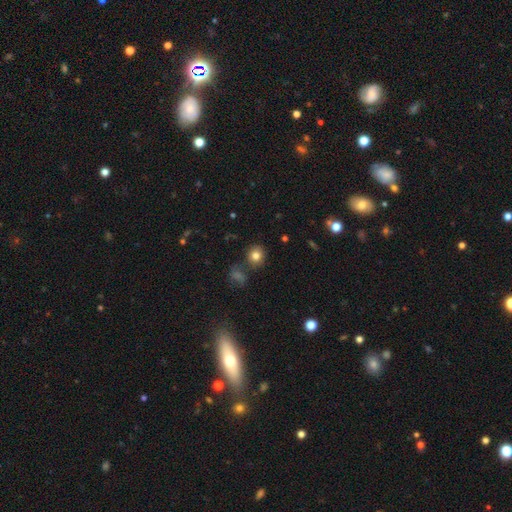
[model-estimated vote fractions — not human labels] Smooth or featured: smooth — 80% (star or artifact — 12%)
How rounded: round — 79% (in between — 19%)
Merging: none — 76% (minor disturbance — 12%)